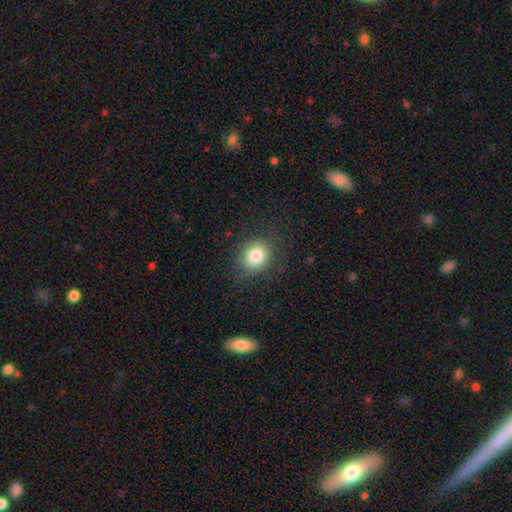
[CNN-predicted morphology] Q: Smooth or featured?
A: smooth (83%); runner-up: star or artifact (10%)
Q: How rounded?
A: round (72%); runner-up: in between (27%)
Q: Merging?
A: none (85%); runner-up: minor disturbance (10%)